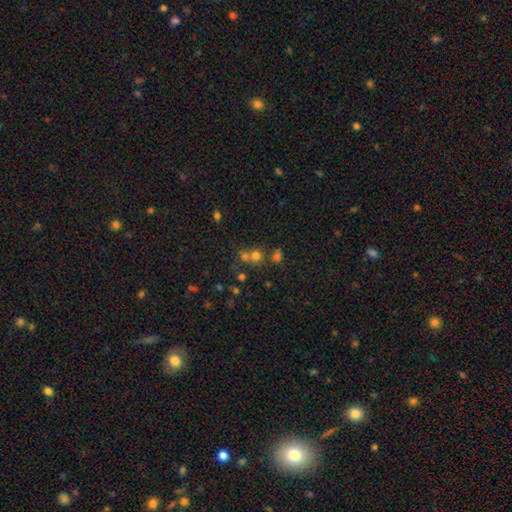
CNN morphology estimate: type=smooth (63%); roundness=round (85%); merging=none (50%).